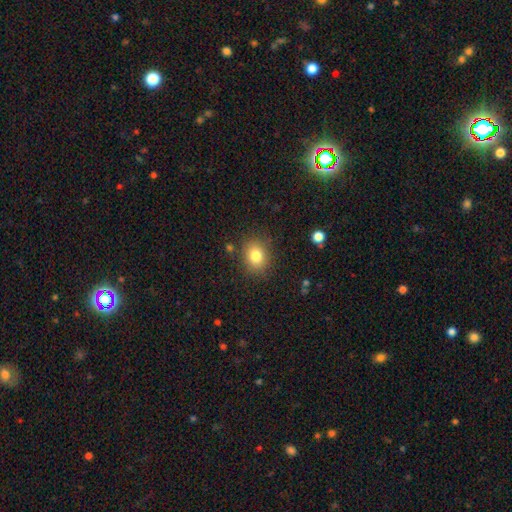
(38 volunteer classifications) smooth-or-featured: smooth: 89% | featured or disk: 11% | star or artifact: 0%
  how-rounded: in between: 56% | round: 44% | cigar-shaped: 0%
  merging: none: 89% | minor disturbance: 8% | merger: 3% | major disturbance: 0%